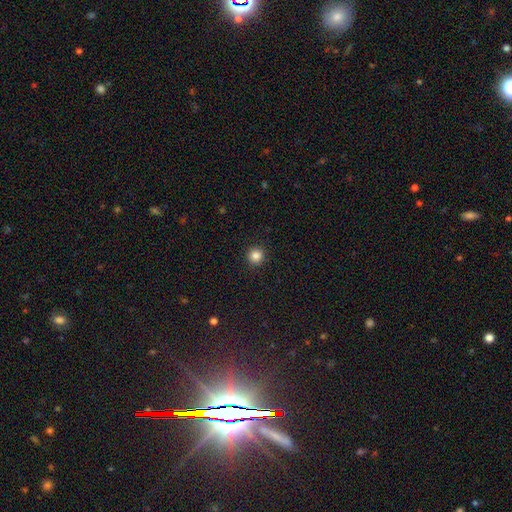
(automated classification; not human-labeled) Smooth or featured: smooth — 85% (star or artifact — 11%)
How rounded: round — 96% (in between — 4%)
Merging: none — 93% (minor disturbance — 4%)